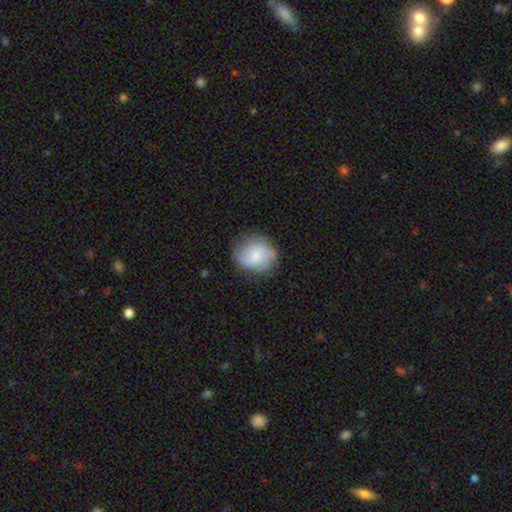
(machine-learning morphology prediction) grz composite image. It shows a featured or disk galaxy (52%) with no bar (56%), spiral arms (88%) and a small central bulge (59%). Merging: none (76%).